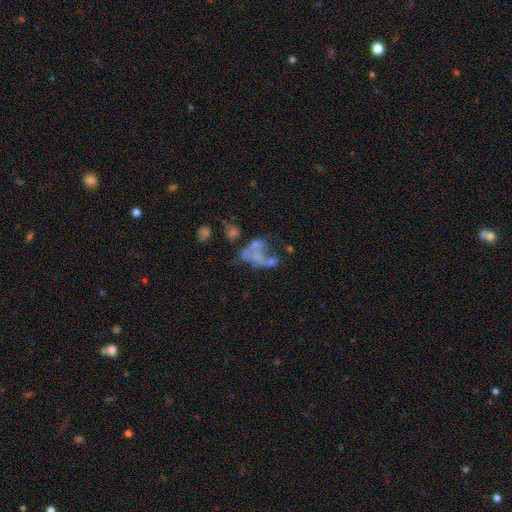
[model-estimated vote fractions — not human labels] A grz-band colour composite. It shows a featured or disk galaxy (52%) with no bar (93%), no spiral arms (94%) and no central bulge (80%). Merging: merger (39%).